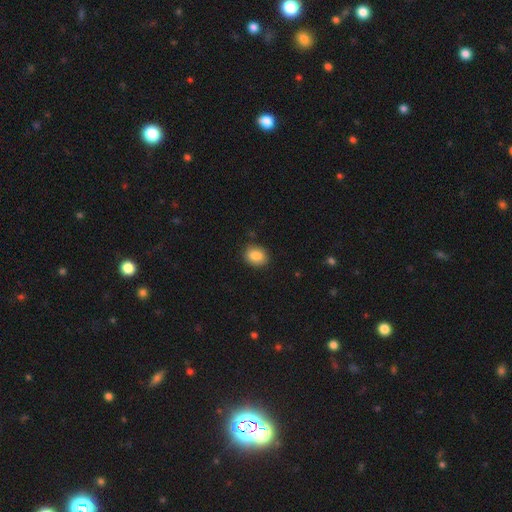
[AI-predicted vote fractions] This is clearly a smooth galaxy (86%). How rounded: possibly in between (51%). Merging: clearly none (86%).